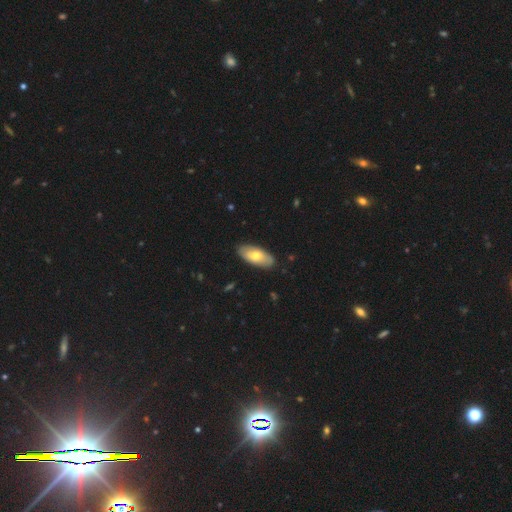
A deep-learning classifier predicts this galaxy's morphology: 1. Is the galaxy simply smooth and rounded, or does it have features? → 64% smooth, 31% featured or disk, 5% star or artifact.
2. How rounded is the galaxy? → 89% in between, 9% cigar-shaped, 2% round.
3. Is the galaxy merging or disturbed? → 87% none, 10% minor disturbance, 2% major disturbance, 1% merger.